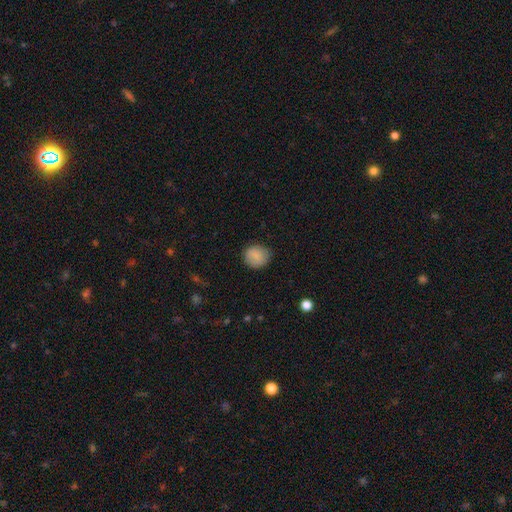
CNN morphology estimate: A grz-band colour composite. It shows a smooth galaxy with no disk features (85%) that is round (83%). Merging: none (83%).